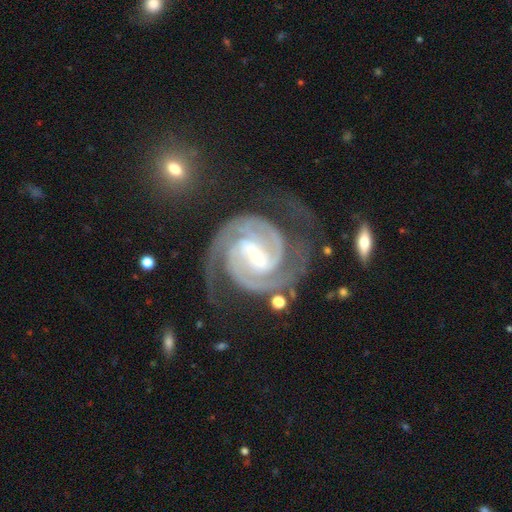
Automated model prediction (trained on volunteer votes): smooth_or_featured: featured or disk (p=0.94) [alt: star or artifact p=0.04]
disk_edge_on: no (p=0.98) [alt: yes p=0.02]
bar: strong (p=0.56) [alt: weak p=0.34]
has_spiral_arms: yes (p=0.99) [alt: no p=0.01]
spiral_winding: tight (p=0.59) [alt: medium p=0.36]
spiral_arm_count: 2 (p=0.86) [alt: 3 p=0.06]
bulge_size: small (p=0.71) [alt: moderate p=0.24]
merging: none (p=0.72) [alt: minor disturbance p=0.15]